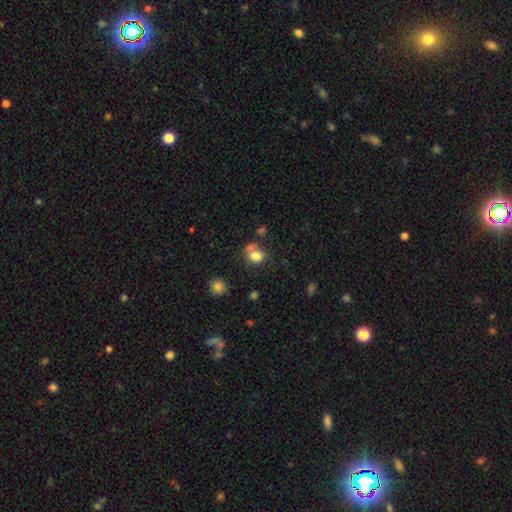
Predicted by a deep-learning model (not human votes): smooth-or-featured: smooth: 78% | star or artifact: 11% | featured or disk: 10%
  how-rounded: round: 69% | in between: 31% | cigar-shaped: 1%
  merging: none: 53% | merger: 23% | minor disturbance: 16% | major disturbance: 7%